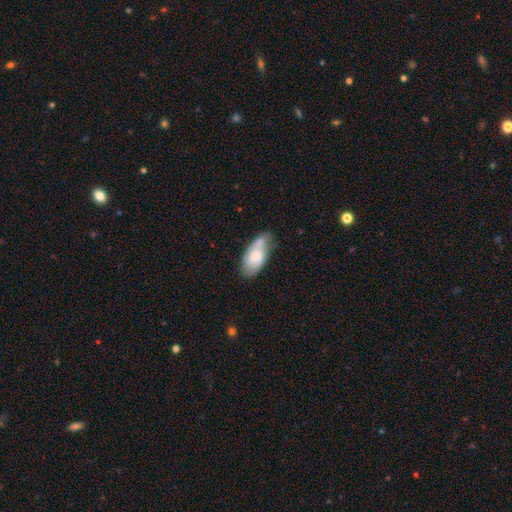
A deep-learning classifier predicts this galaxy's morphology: smooth-or-featured: smooth: 62% | featured or disk: 32% | star or artifact: 6%
  how-rounded: in between: 90% | cigar-shaped: 7% | round: 3%
  merging: none: 47% | minor disturbance: 29% | merger: 16% | major disturbance: 7%